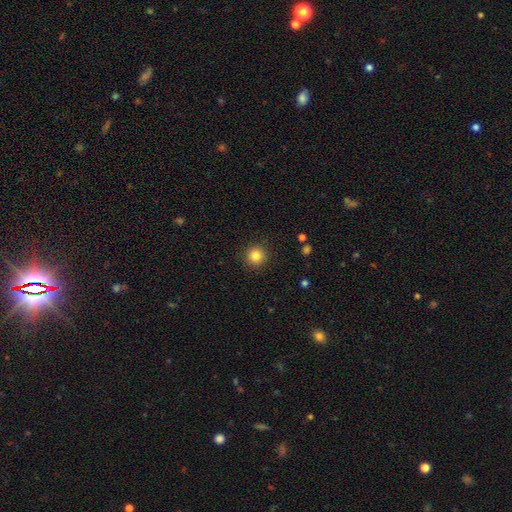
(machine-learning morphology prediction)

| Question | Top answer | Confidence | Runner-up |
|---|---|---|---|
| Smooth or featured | smooth | 84% | star or artifact (11%) |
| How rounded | round | 94% | in between (5%) |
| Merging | none | 90% | minor disturbance (6%) |